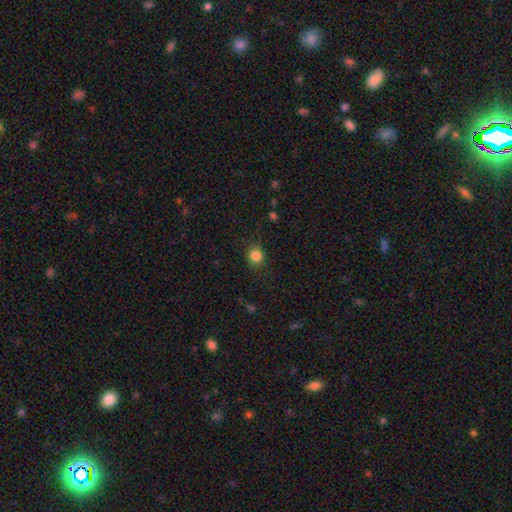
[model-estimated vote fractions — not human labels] This appears to be a smooth galaxy with no disk features (84%) that is round (84%). Merging: none (87%).